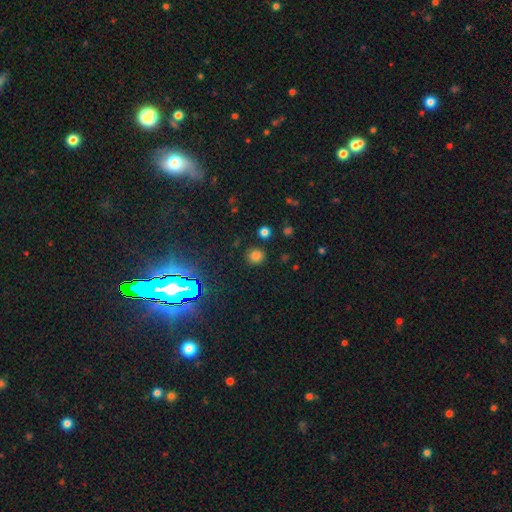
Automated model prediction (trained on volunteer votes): Overall: smooth (75%). How rounded: round (88%). Merging: none (87%).